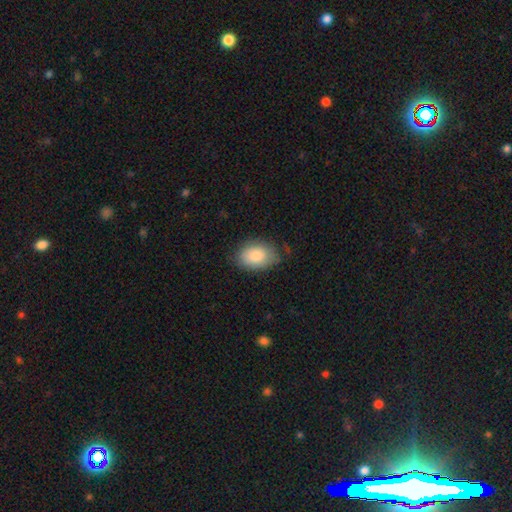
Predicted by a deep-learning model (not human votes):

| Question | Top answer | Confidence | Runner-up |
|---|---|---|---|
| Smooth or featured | smooth | 85% | featured or disk (9%) |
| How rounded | in between | 85% | round (14%) |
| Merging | none | 74% | minor disturbance (20%) |